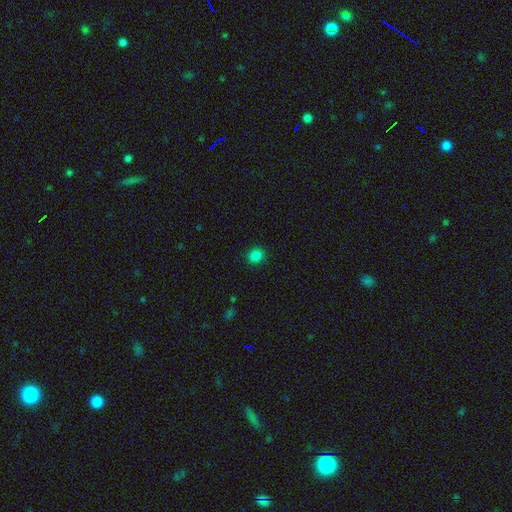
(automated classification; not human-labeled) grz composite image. It shows a smooth galaxy with no disk features (83%) that is round (78%). Merging: none (91%).